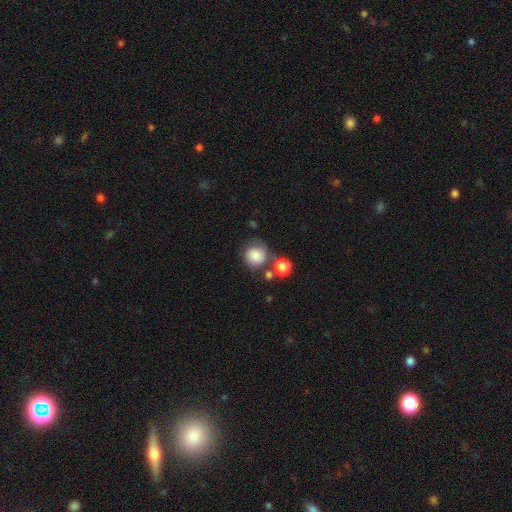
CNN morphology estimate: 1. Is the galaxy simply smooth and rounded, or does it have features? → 79% smooth, 12% featured or disk, 9% star or artifact.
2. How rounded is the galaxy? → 89% round, 10% in between, 1% cigar-shaped.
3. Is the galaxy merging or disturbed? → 58% none, 18% merger, 17% minor disturbance, 7% major disturbance.